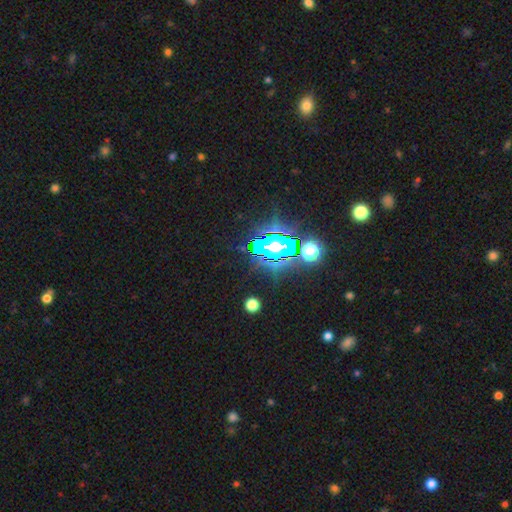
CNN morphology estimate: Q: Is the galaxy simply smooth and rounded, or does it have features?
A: star or artifact — 84%.